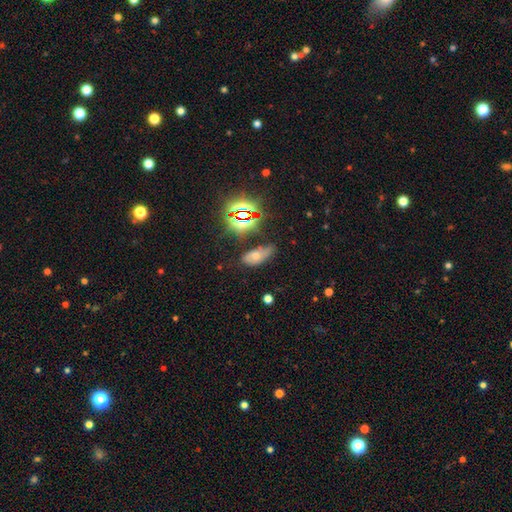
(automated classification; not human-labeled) Smooth or featured? star or artifact (41%)